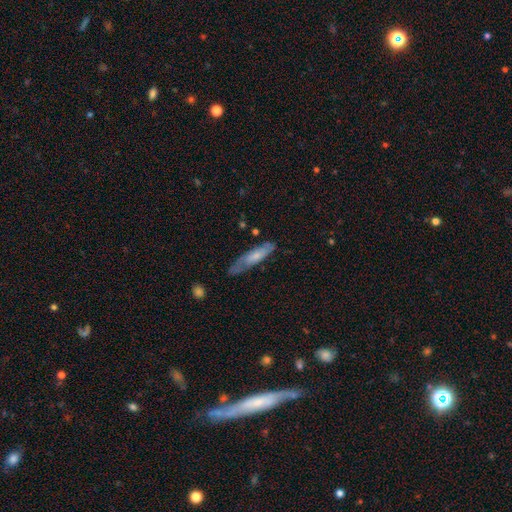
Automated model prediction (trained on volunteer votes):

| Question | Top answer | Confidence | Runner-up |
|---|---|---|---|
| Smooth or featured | smooth | 53% | featured or disk (41%) |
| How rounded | cigar-shaped | 73% | in between (25%) |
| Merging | none | 66% | minor disturbance (24%) |